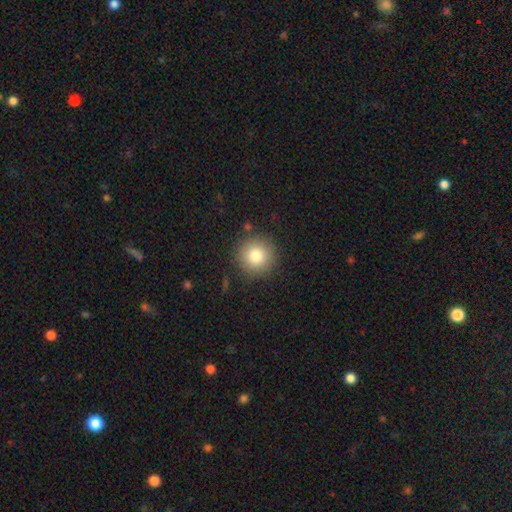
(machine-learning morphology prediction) Overall: smooth (81%). How rounded: round (95%). Merging: none (88%).